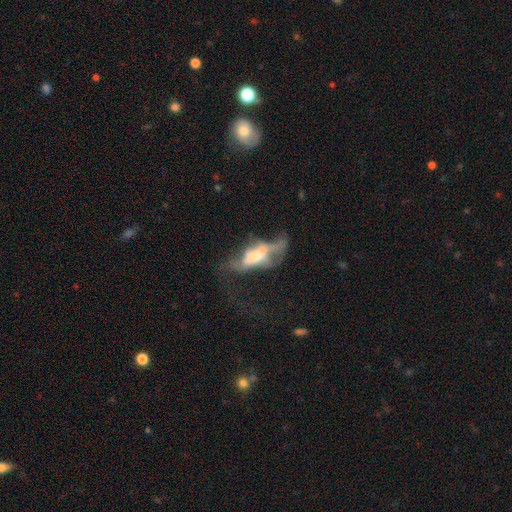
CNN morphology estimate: Smooth or featured? Predicted: featured or disk (p=0.51). Edge-on disk? Predicted: no (p=0.67). Merging? Predicted: major disturbance (p=0.53).